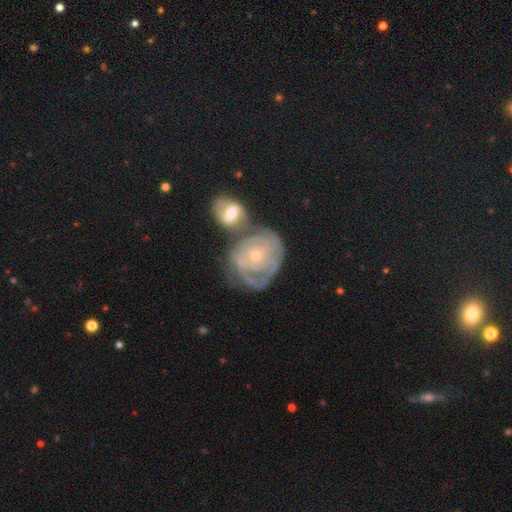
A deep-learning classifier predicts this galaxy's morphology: A featured or disk galaxy (80%) with no bar (81%), tight (76%) spiral arms (85%) and a small central bulge (70%).

Vote fractions:
- Smooth or featured? featured or disk: 80% / smooth: 15% / star or artifact: 6%
- Edge-on disk? no: 97% / yes: 3%
- Bar? no: 81% / weak: 15% / strong: 4%
- Spiral arms? yes: 85% / no: 15%
- Spiral winding? tight: 76% / medium: 18% / loose: 6%
- Spiral arm count? can't tell: 51% / 2: 17% / 3: 14% / 4: 8% / 1: 6% / more than 4: 5%
- Bulge size? small: 70% / moderate: 26% / large: 1% / none: 1% / dominant: 1%
- Merging? merger: 37% / none: 36% / minor disturbance: 17% / major disturbance: 10%